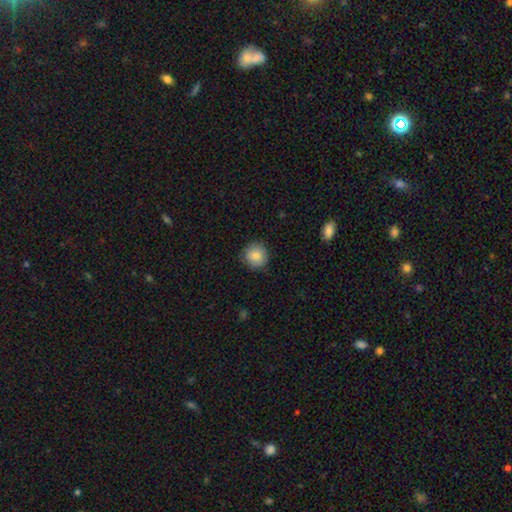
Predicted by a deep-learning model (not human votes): Smooth or featured? Predicted: smooth (p=0.84). How rounded? Predicted: round (p=0.92). Merging? Predicted: none (p=0.86).